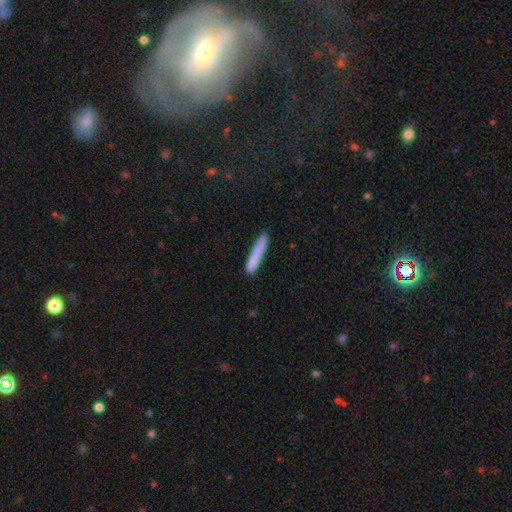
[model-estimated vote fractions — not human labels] This appears to be a smooth galaxy with no disk features (82%) that is cigar-shaped (95%). Merging: none (86%).